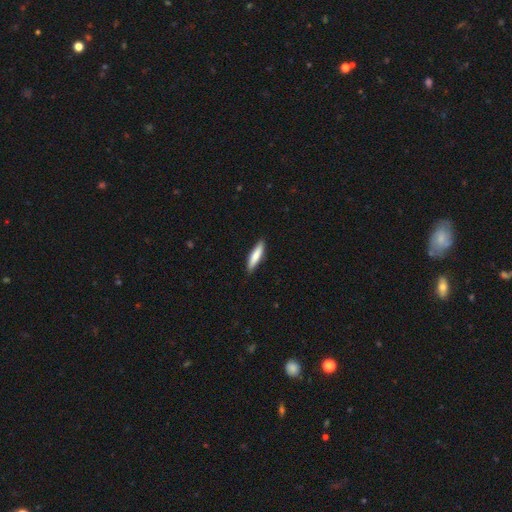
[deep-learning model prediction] smooth-or-featured: smooth: 76% | featured or disk: 19% | star or artifact: 5%
  how-rounded: cigar-shaped: 80% | in between: 19% | round: 1%
  merging: none: 89% | minor disturbance: 8% | major disturbance: 2% | merger: 1%